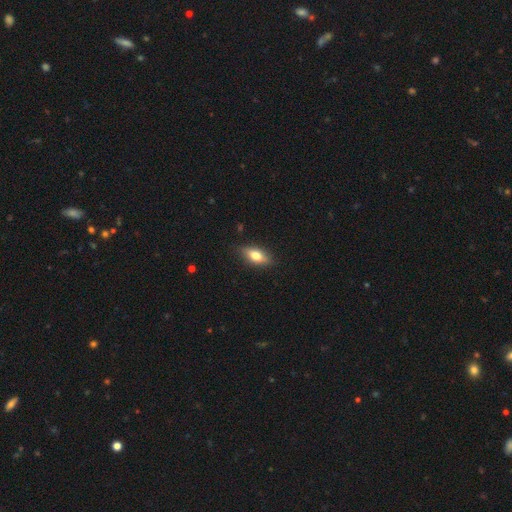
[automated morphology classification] Smooth or featured? smooth (67%)
How rounded? in between (78%)
Merging? none (84%)